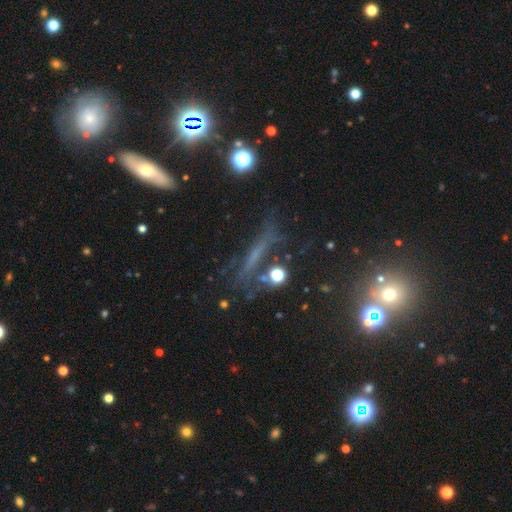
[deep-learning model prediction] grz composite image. It shows a featured or disk galaxy (38%). Merging: none (67%).